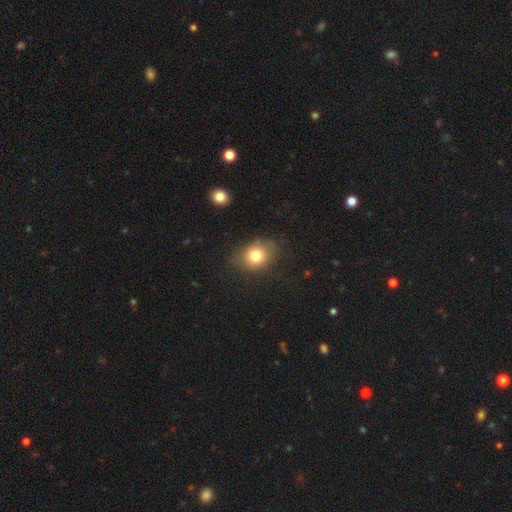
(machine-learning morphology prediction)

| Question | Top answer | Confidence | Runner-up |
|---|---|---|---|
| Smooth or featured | smooth | 78% | featured or disk (12%) |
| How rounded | in between | 53% | round (46%) |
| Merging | none | 74% | minor disturbance (19%) |